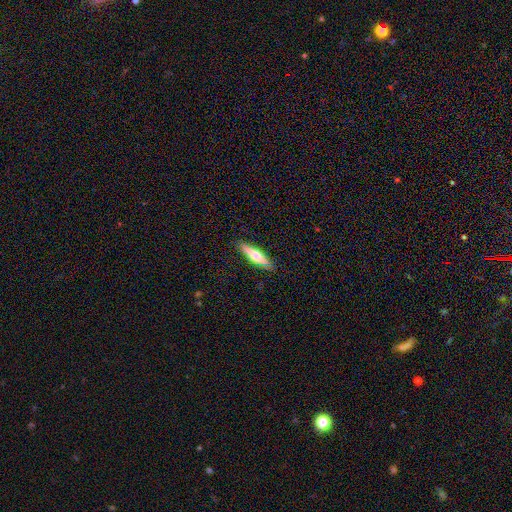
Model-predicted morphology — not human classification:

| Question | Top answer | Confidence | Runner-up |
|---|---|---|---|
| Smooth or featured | smooth | 49% | featured or disk (45%) |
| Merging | none | 87% | minor disturbance (10%) |